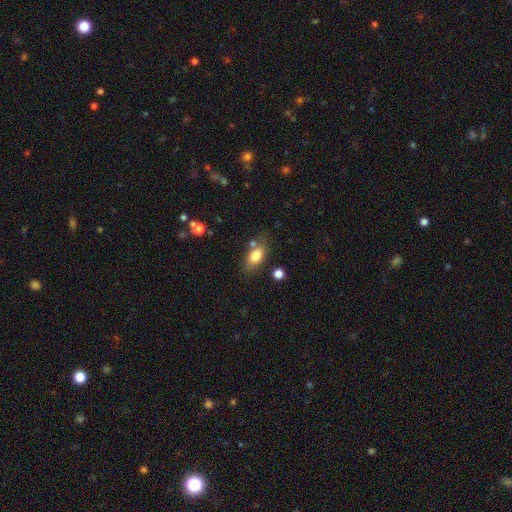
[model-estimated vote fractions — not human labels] Smooth or featured? Predicted: smooth (p=0.79). How rounded? Predicted: in between (p=0.85). Merging? Predicted: none (p=0.68).